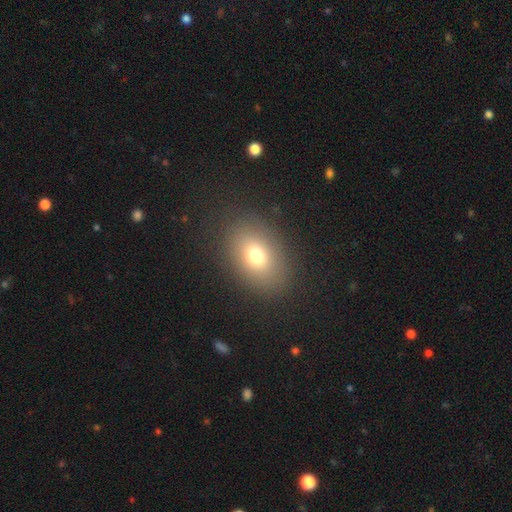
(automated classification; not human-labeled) Morphology: type=smooth (73%); roundness=in between (75%); merging=none (85%).